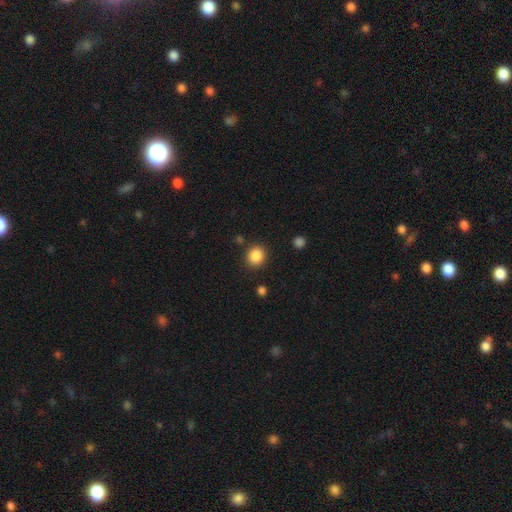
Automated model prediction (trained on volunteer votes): Smooth or featured? Predicted: smooth (p=0.87). How rounded? Predicted: round (p=0.82). Merging? Predicted: none (p=0.86).